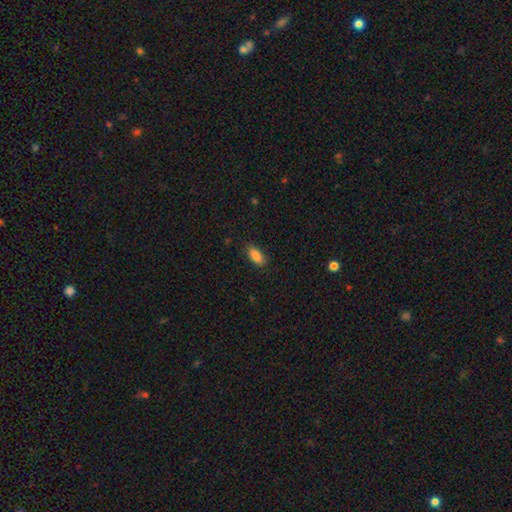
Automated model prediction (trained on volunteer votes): Smooth or featured? smooth (87%)
How rounded? in between (89%)
Merging? none (83%)